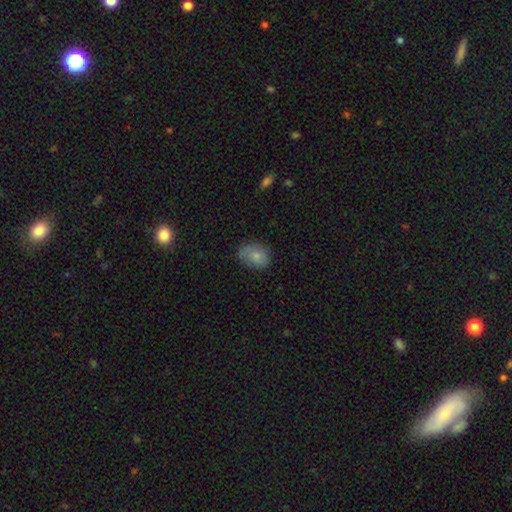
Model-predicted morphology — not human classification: This is likely a smooth galaxy (78%). How rounded: possibly in between (59%). Merging: likely none (67%).